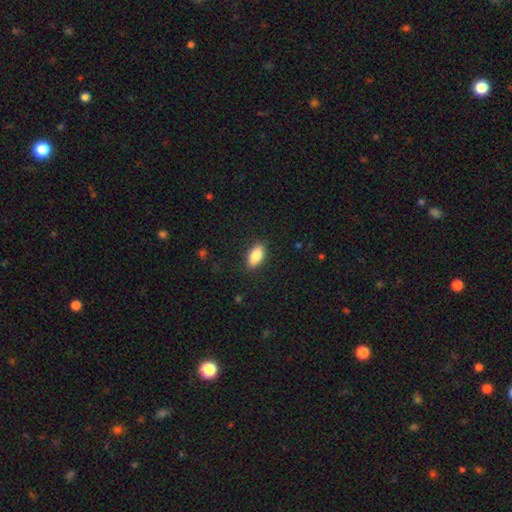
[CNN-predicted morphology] The model was most divided on "smooth or featured": smooth: 85%, featured or disk: 8%, star or artifact: 7%. More confident: how rounded — in between (89%); merging — none (87%).